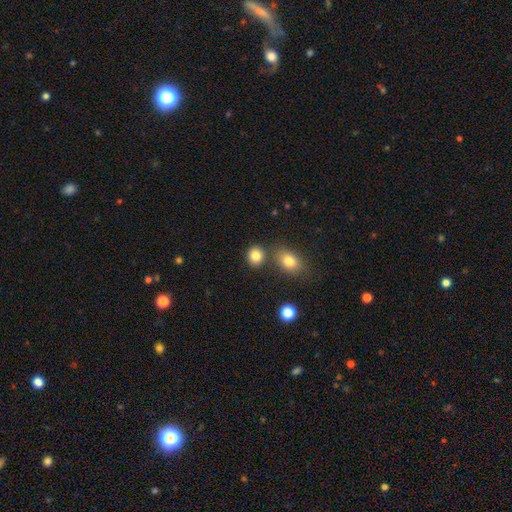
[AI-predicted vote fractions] smooth 83%, star or artifact 11%, featured or disk 6%. Down the decision tree: how rounded — round (72%); merging — none (74%).